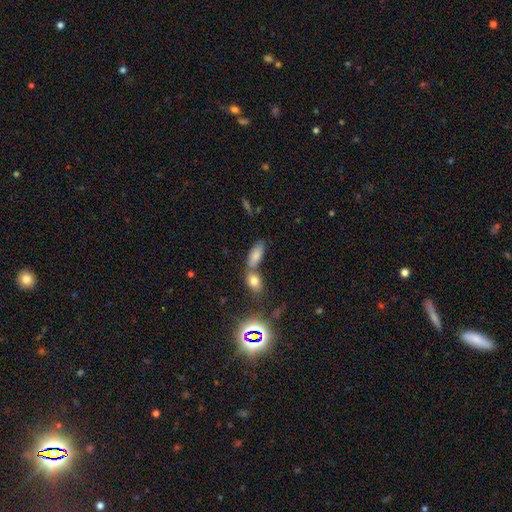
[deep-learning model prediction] This appears to be a smooth galaxy with no disk features (77%) that is in between round and cigar-shaped (84%). Merging: none (43%).